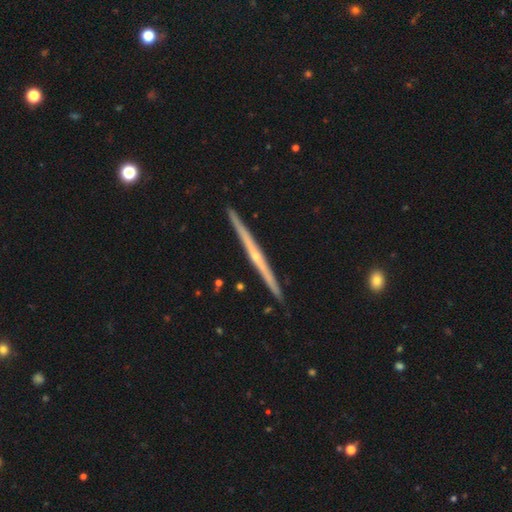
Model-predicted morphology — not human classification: This appears to be a featured or disk galaxy (79%) viewed edge-on (98%) with a rounded central bulge (59%). Merging: none (92%).